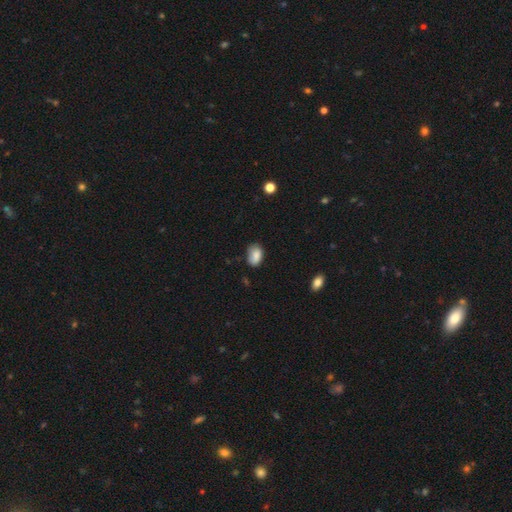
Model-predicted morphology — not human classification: Smooth or featured? Predicted: smooth (p=0.84). How rounded? Predicted: in between (p=0.87). Merging? Predicted: none (p=0.66).